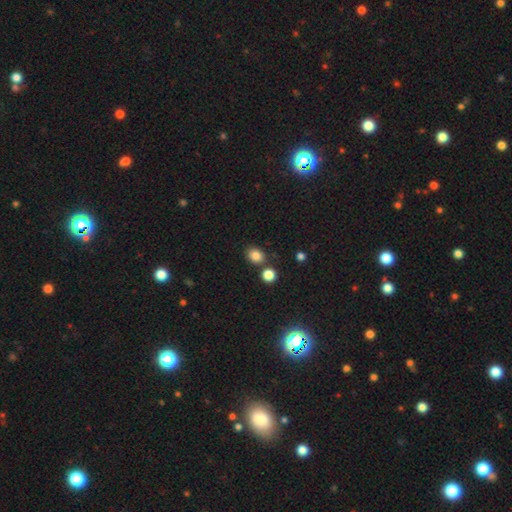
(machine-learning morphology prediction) This is clearly a smooth galaxy (83%). How rounded: possibly round (51%). Merging: likely none (73%).